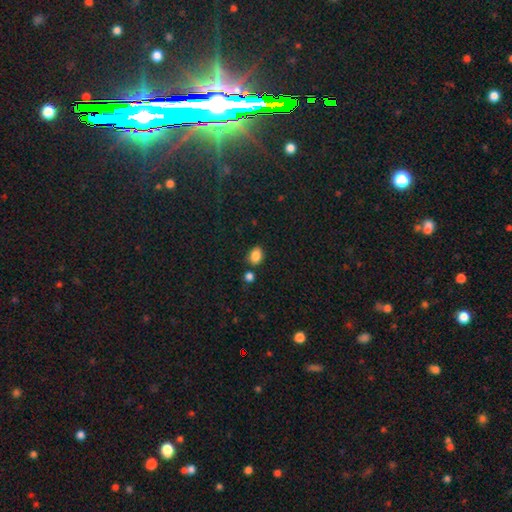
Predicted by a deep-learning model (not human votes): smooth_or_featured: smooth (p=0.85) [alt: star or artifact p=0.10]
how_rounded: in between (p=0.67) [alt: round p=0.31]
merging: none (p=0.73) [alt: minor disturbance p=0.13]